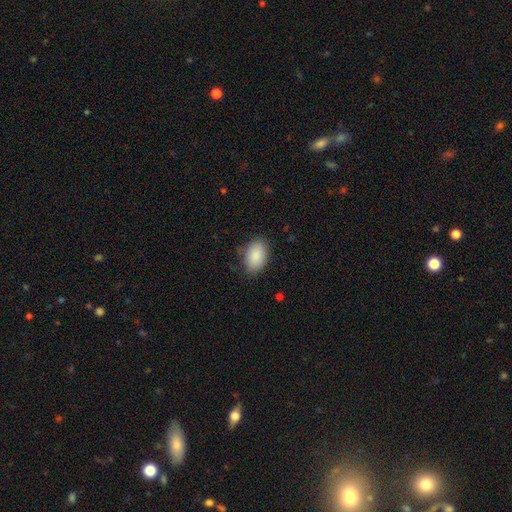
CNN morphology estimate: Q: Smooth or featured?
A: smooth (90%); runner-up: star or artifact (6%)
Q: How rounded?
A: in between (88%); runner-up: round (10%)
Q: Merging?
A: none (81%); runner-up: minor disturbance (14%)